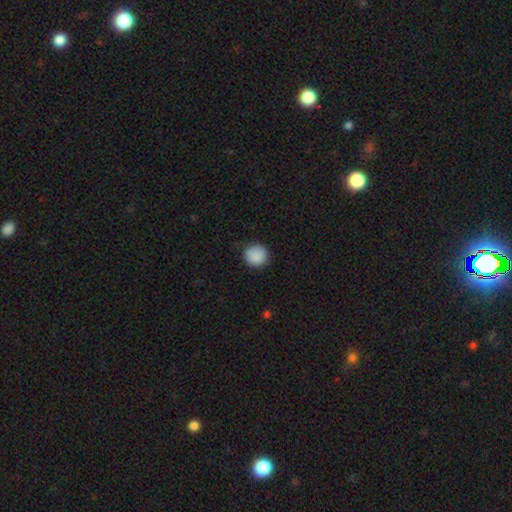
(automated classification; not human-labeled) Smooth or featured?
  - smooth: 89% *
  - star or artifact: 8%
  - featured or disk: 3%
How rounded?
  - round: 93% *
  - in between: 6%
  - cigar-shaped: 1%
Merging?
  - none: 89% *
  - minor disturbance: 8%
  - major disturbance: 2%
  - merger: 1%